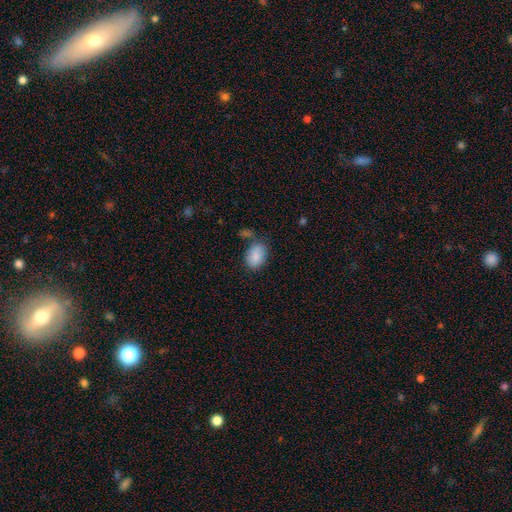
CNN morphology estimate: Q: Smooth or featured?
A: smooth (87%); runner-up: star or artifact (7%)
Q: How rounded?
A: in between (85%); runner-up: round (14%)
Q: Merging?
A: none (62%); runner-up: minor disturbance (20%)